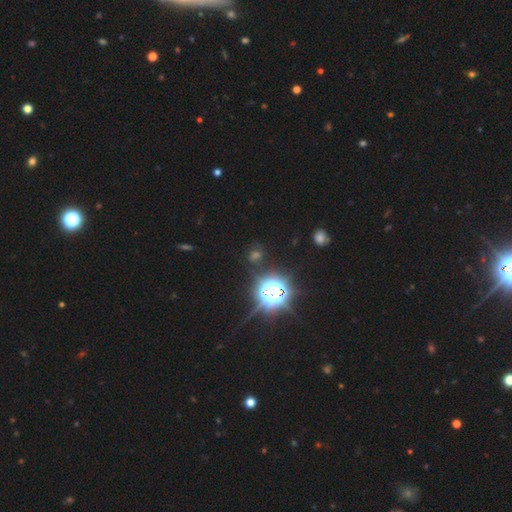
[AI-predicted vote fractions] Smooth or featured? Predicted: star or artifact (p=0.69).